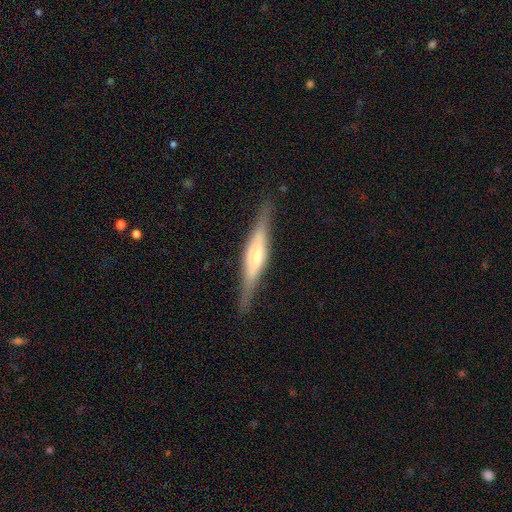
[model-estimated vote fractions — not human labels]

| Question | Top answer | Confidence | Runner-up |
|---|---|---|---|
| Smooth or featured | featured or disk | 69% | smooth (25%) |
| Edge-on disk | yes | 96% | no (4%) |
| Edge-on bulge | rounded | 60% | boxy (30%) |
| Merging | none | 87% | minor disturbance (10%) |